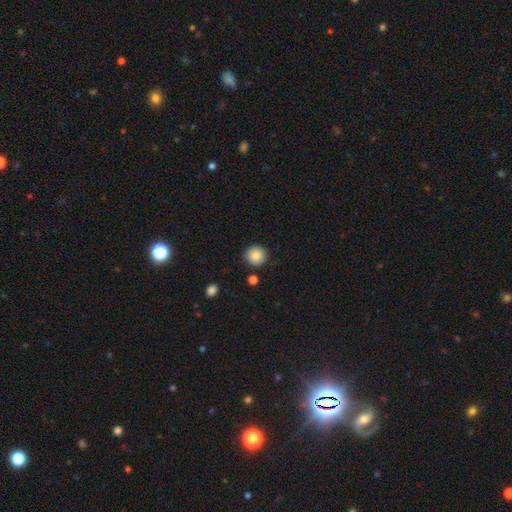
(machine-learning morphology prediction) type=smooth (86%); roundness=round (94%); merging=none (89%).